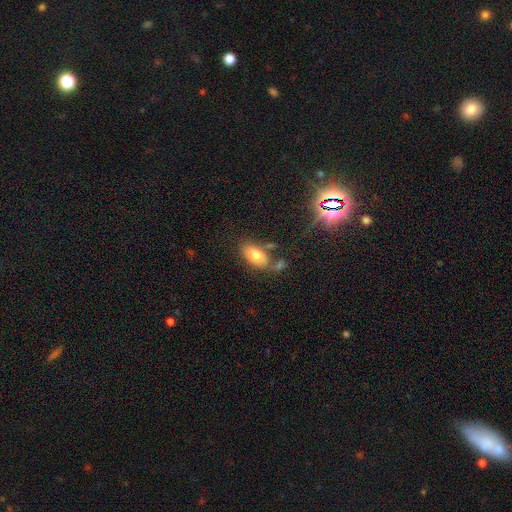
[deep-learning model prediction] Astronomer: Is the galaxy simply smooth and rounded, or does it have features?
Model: smooth — 73%.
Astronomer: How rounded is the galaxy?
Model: in between — 91%.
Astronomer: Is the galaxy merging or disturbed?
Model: none — 61%.